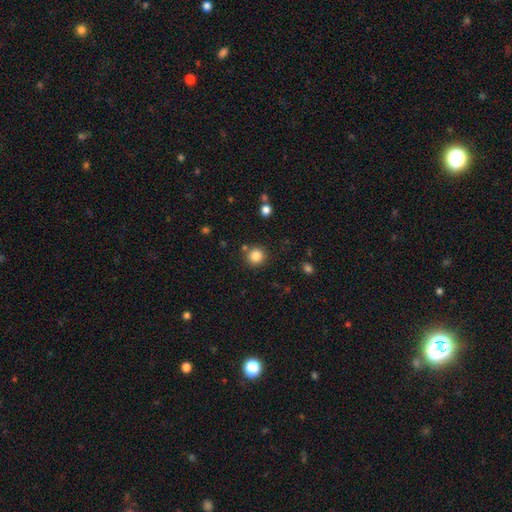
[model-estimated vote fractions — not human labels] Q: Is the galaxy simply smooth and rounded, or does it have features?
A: smooth — 84%.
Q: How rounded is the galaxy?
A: round — 93%.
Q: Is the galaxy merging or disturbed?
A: none — 84%.